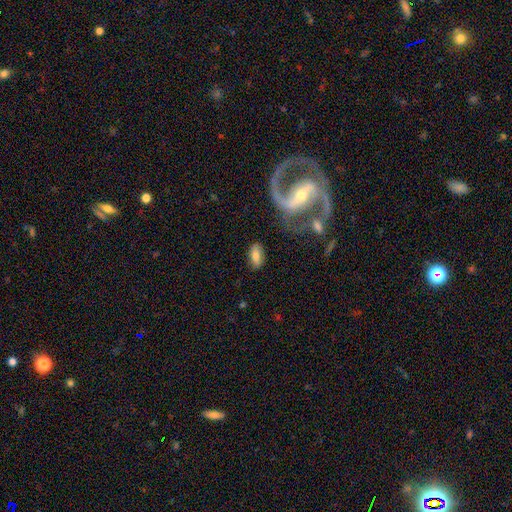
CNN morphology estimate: This is likely a smooth galaxy (68%). How rounded: clearly in between (88%). Merging: clearly none (80%).